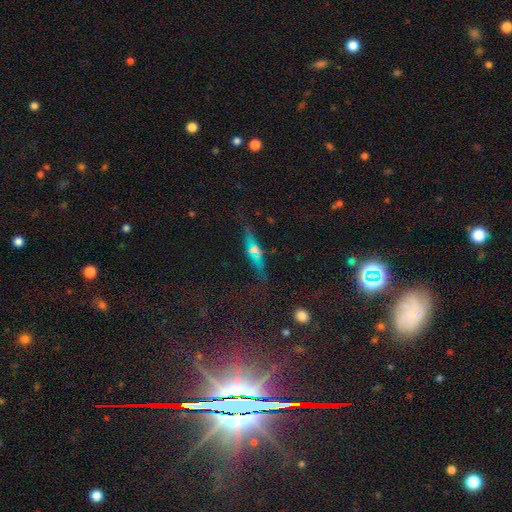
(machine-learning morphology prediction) smooth-or-featured: featured or disk: 52% | smooth: 27% | star or artifact: 21%
  disk-edge-on: yes: 83% | no: 17%
  merging: none: 73% | minor disturbance: 14% | merger: 7% | major disturbance: 6%